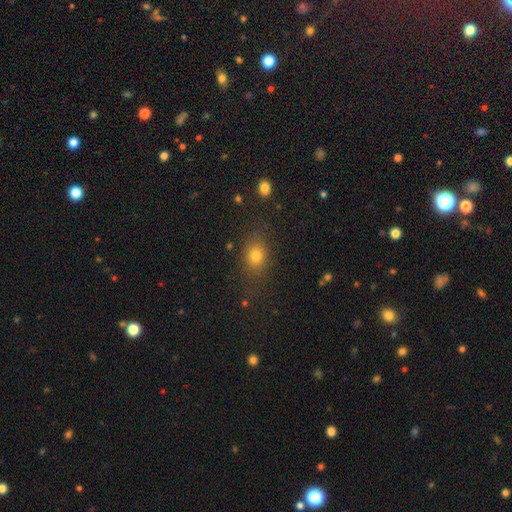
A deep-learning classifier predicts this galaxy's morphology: Smooth or featured? smooth (75%)
How rounded? in between (61%)
Merging? none (78%)